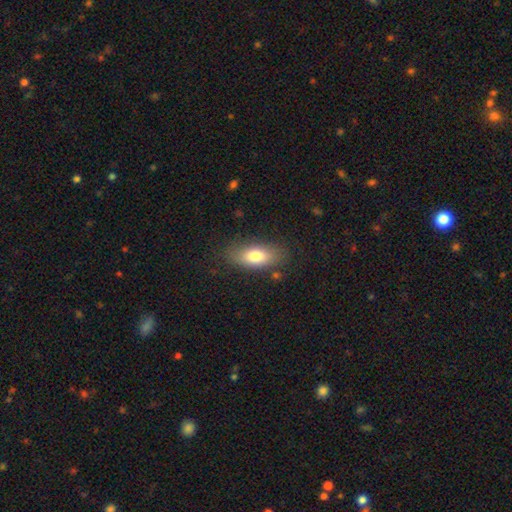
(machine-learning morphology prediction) smooth 76%, featured or disk 16%, star or artifact 8%. Down the decision tree: how rounded — in between (83%); merging — none (80%).